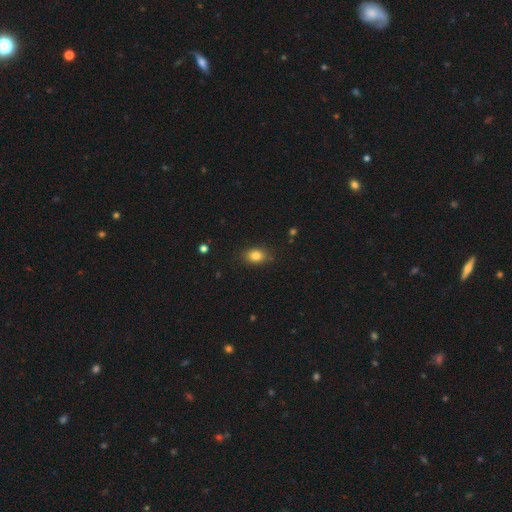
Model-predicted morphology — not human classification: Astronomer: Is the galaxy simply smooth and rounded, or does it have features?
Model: smooth — 83%.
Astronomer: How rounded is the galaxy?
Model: in between — 73%.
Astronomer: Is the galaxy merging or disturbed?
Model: none — 83%.